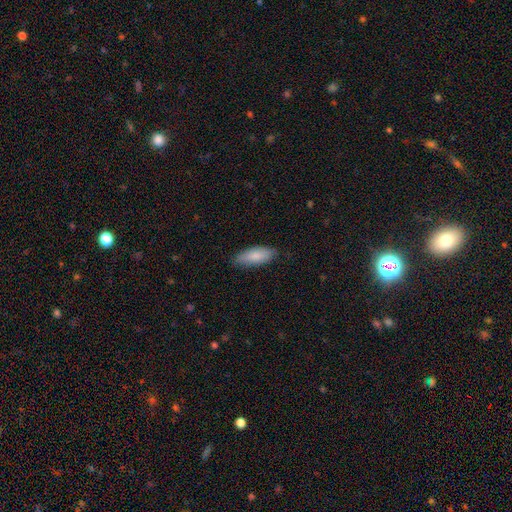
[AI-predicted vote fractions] Smooth or featured? smooth (83%)
How rounded? in between (73%)
Merging? none (82%)